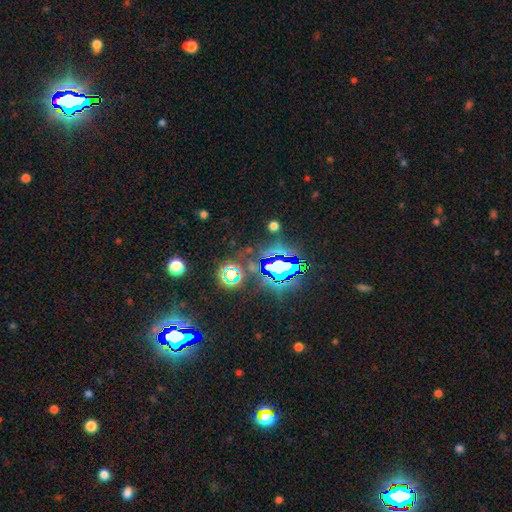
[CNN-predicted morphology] Smooth or featured?
  - star or artifact: 82% *
  - smooth: 10%
  - featured or disk: 7%